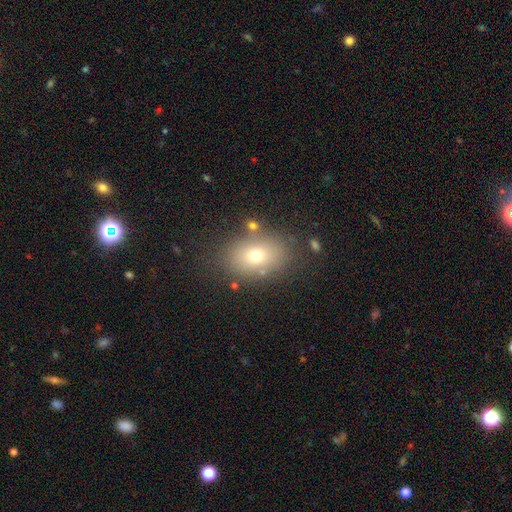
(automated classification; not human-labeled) smooth 70%, featured or disk 16%, star or artifact 14%. Down the decision tree: how rounded — in between (73%); merging — none (79%).